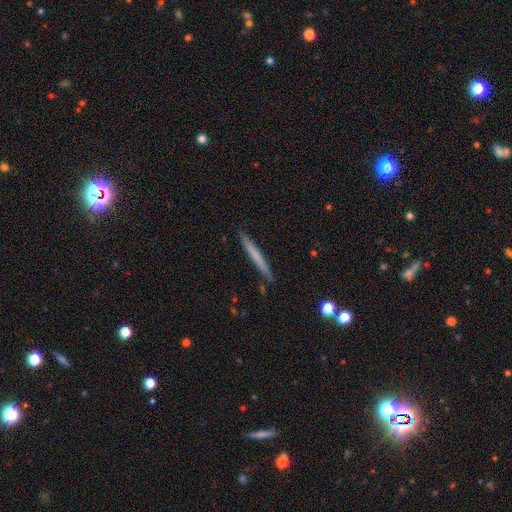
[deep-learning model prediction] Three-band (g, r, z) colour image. It shows a smooth galaxy with no disk features (62%) that is cigar-shaped (97%). Merging: none (89%).